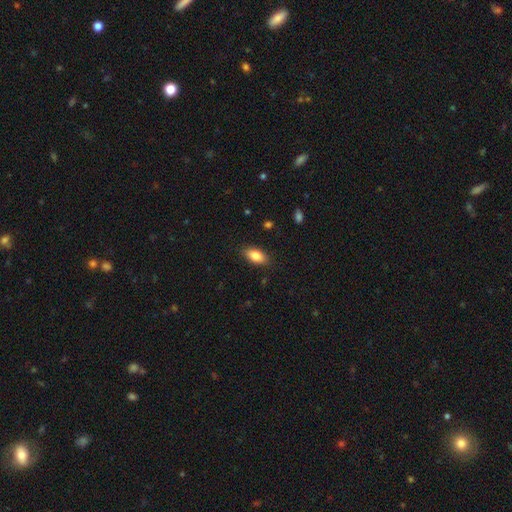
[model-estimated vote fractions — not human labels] smooth-or-featured: smooth: 83% | featured or disk: 10% | star or artifact: 7%
  how-rounded: in between: 88% | cigar-shaped: 8% | round: 4%
  merging: none: 87% | minor disturbance: 10% | major disturbance: 2% | merger: 1%